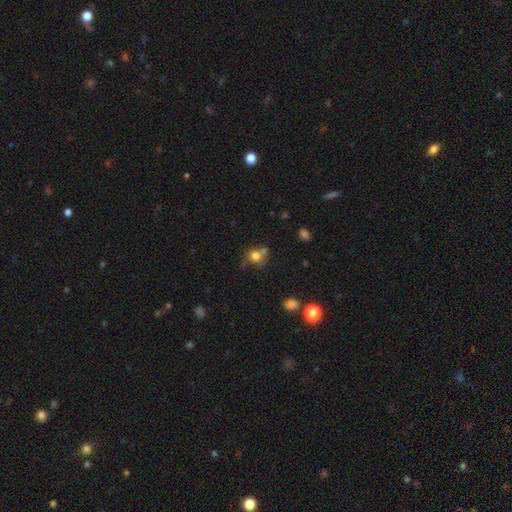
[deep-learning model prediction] Morphology: type=smooth (76%); roundness=round (80%); merging=none (51%).